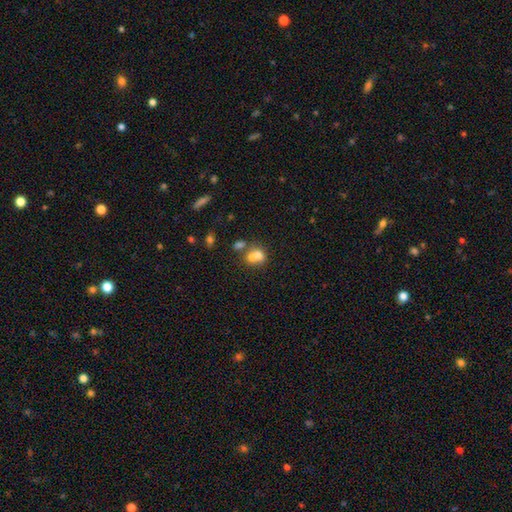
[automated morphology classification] smooth 68%, featured or disk 20%, star or artifact 12%. Down the decision tree: how rounded — round (65%); merging — merger (61%).